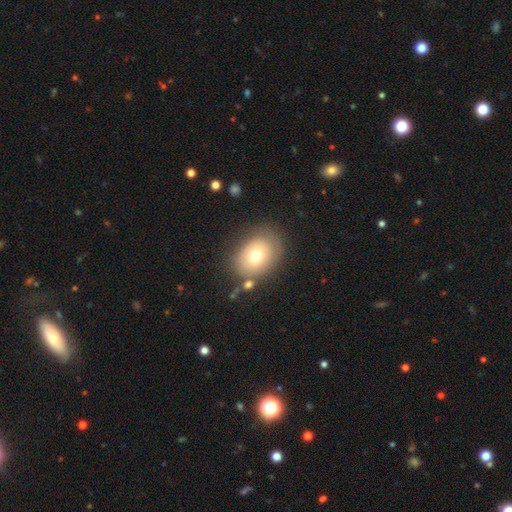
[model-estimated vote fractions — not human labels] This is likely a smooth galaxy (71%). How rounded: likely in between (64%). Merging: likely none (71%).